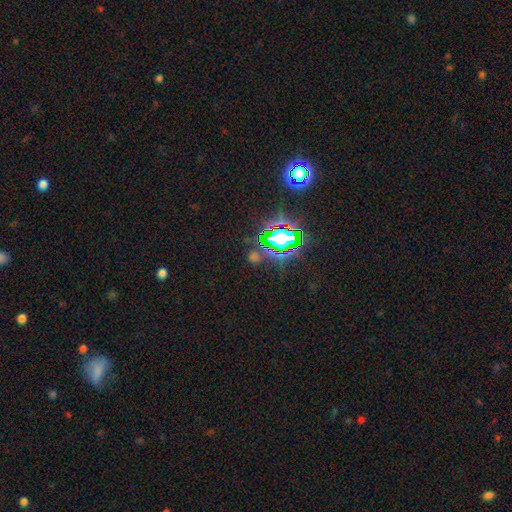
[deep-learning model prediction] Smooth or featured? Predicted: star or artifact (p=0.69).